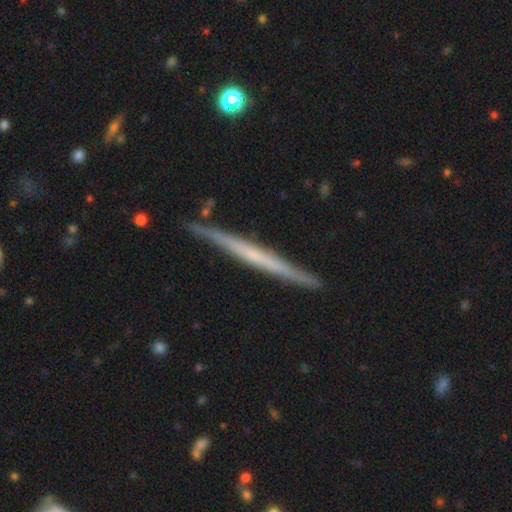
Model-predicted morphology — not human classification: type=featured or disk (64%); edge-on=yes (97%); edge-on bulge=none (79%); merging=none (88%).